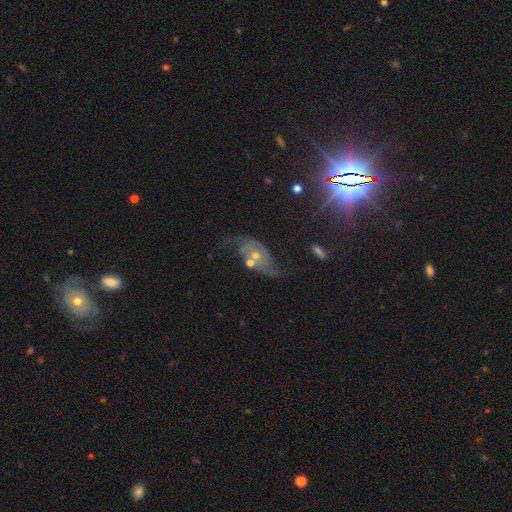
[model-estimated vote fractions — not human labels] smooth-or-featured: featured or disk: 67% | smooth: 17% | star or artifact: 16%
  disk-edge-on: no: 94% | yes: 6%
    bar: no: 74% | weak: 21% | strong: 5%
    has-spiral-arms: yes: 84% | no: 16%
      spiral-winding: loose: 45% | medium: 36% | tight: 20%
      spiral-arm-count: 2: 76% | can't tell: 13% | 1: 5% | 3: 2% | 4: 2% | more than 4: 2%
    bulge-size: small: 51% | moderate: 42% | none: 3% | large: 2% | dominant: 1%
  merging: none: 45% | minor disturbance: 20% | major disturbance: 18% | merger: 17%